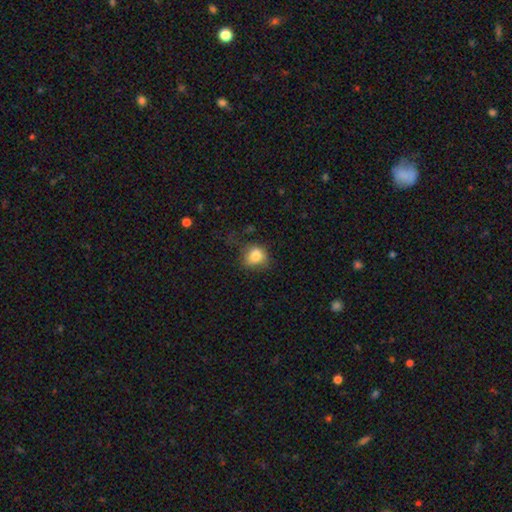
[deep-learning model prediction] Smooth or featured? smooth (82%)
How rounded? round (62%)
Merging? none (53%)